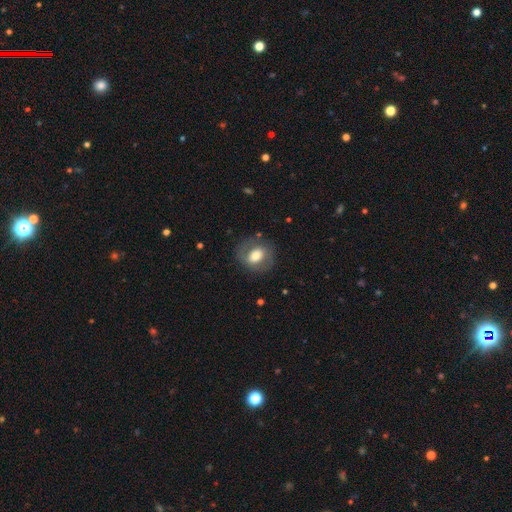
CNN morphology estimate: smooth-or-featured: smooth: 52% | featured or disk: 41% | star or artifact: 7%
  how-rounded: round: 56% | in between: 43% | cigar-shaped: 1%
  merging: none: 75% | minor disturbance: 15% | major disturbance: 9% | merger: 1%